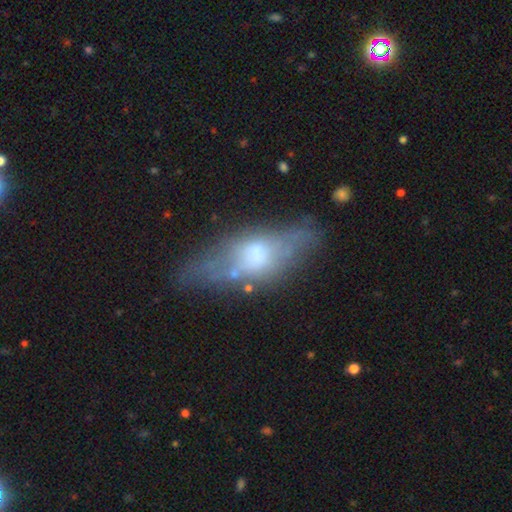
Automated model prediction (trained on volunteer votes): Smooth or featured?
  - featured or disk: 57% *
  - smooth: 35%
  - star or artifact: 8%
Edge-on disk?
  - yes: 50% * (tied)
  - no: 50% * (tied)
Merging?
  - none: 57% *
  - minor disturbance: 24%
  - major disturbance: 14%
  - merger: 5%